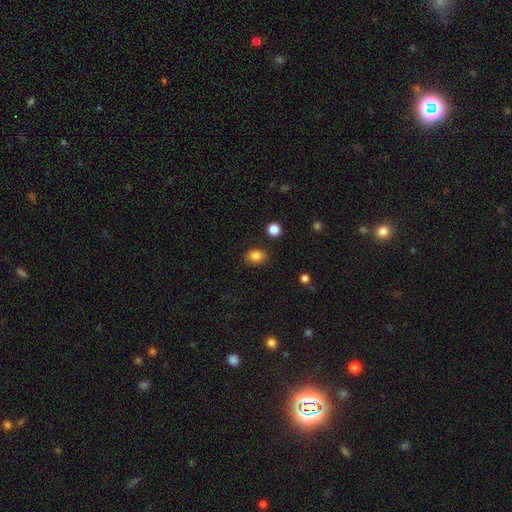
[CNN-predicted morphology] smooth-or-featured: smooth: 85% | star or artifact: 10% | featured or disk: 5%
  how-rounded: in between: 61% | round: 38% | cigar-shaped: 1%
  merging: none: 84% | minor disturbance: 10% | major disturbance: 3% | merger: 2%